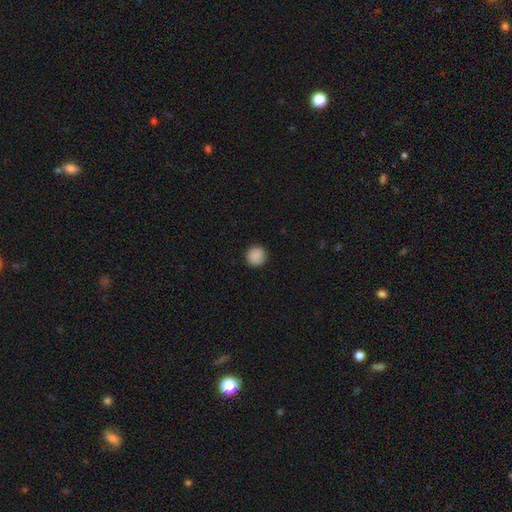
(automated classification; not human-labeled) Morphology: type=smooth (89%); roundness=round (95%); merging=none (92%).